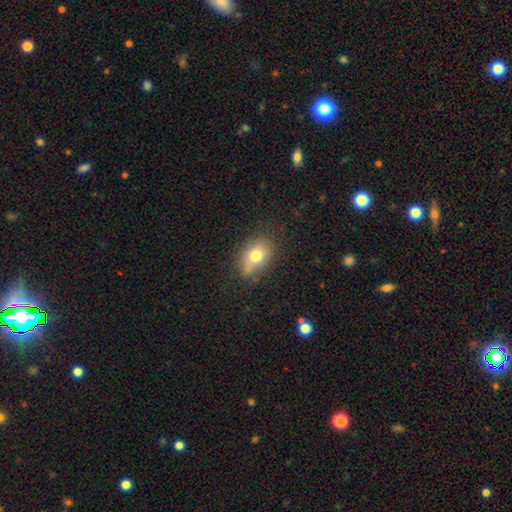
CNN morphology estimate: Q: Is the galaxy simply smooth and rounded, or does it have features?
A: smooth — 75%.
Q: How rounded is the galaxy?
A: in between — 72%.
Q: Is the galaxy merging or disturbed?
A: none — 65%.